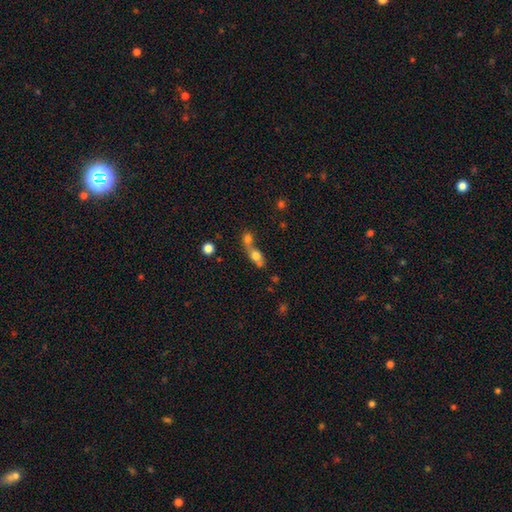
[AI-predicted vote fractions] The model was most divided on "how rounded": in between: 55%, round: 35%, cigar-shaped: 10%. More confident: smooth or featured — smooth (70%); merging — merger (66%).